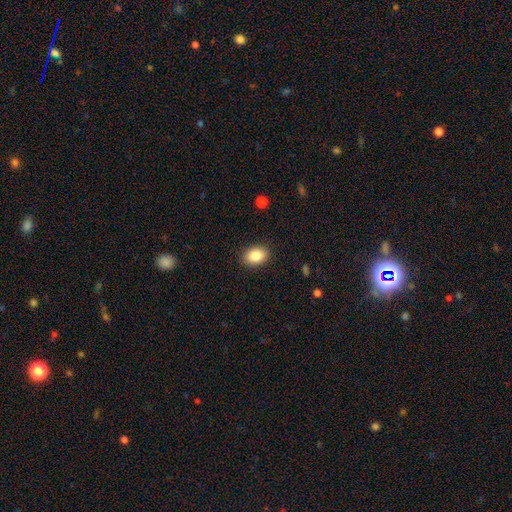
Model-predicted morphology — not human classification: type=smooth (86%); roundness=in between (79%); merging=none (89%).